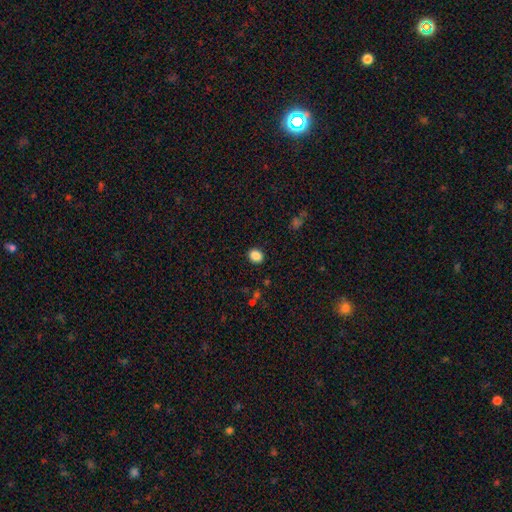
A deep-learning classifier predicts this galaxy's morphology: Overall: smooth (87%). How rounded: in between (51%; round 48%). Merging: none (89%).